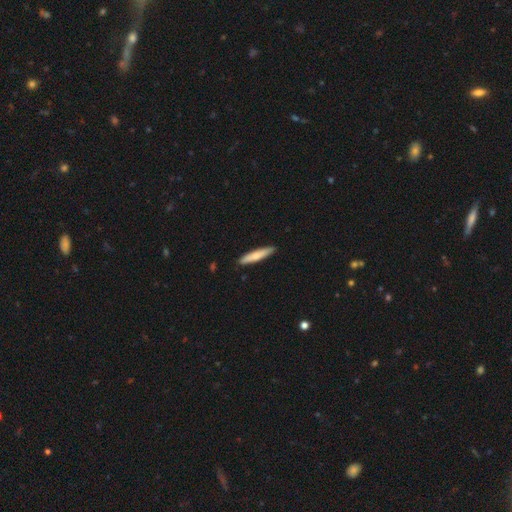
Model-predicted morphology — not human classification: Smooth or featured: smooth — 70% (featured or disk — 25%)
How rounded: cigar-shaped — 89% (in between — 9%)
Merging: none — 90% (minor disturbance — 7%)